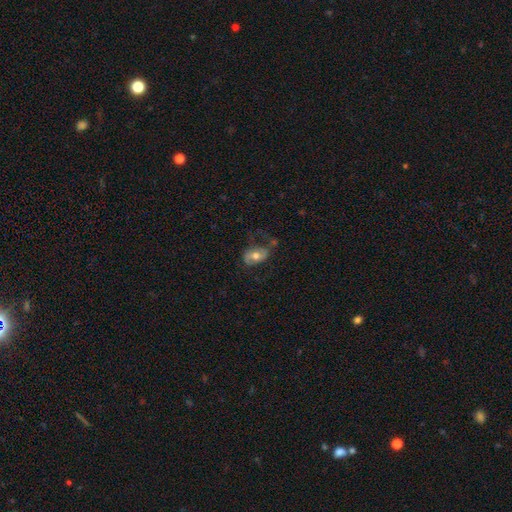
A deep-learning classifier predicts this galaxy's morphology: A smooth galaxy with no disk features (47%).

Vote fractions:
- Smooth or featured? smooth: 47% / featured or disk: 45% / star or artifact: 8%
- Merging? none: 46% / minor disturbance: 28% / major disturbance: 22% / merger: 4%